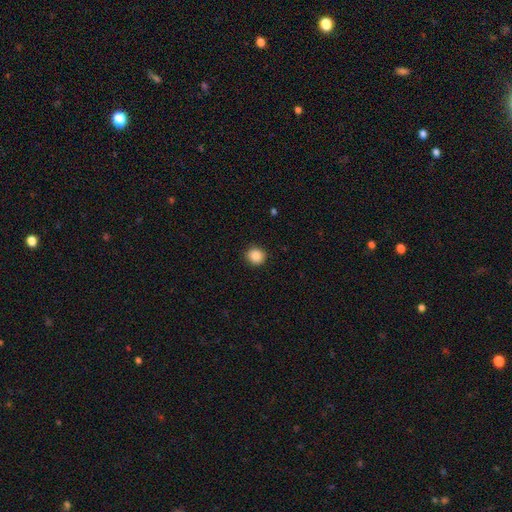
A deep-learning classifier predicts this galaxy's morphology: type=smooth (88%); roundness=round (85%); merging=none (90%).